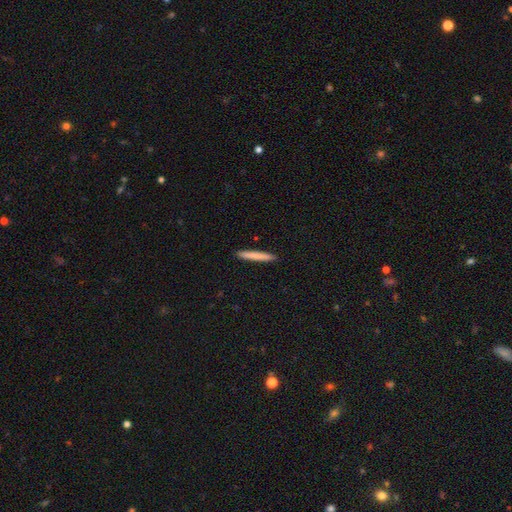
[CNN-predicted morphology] Smooth or featured? Predicted: smooth (p=0.78). How rounded? Predicted: cigar-shaped (p=0.97). Merging? Predicted: none (p=0.93).